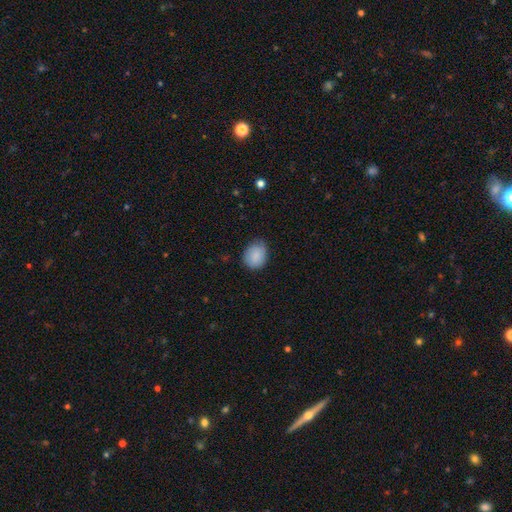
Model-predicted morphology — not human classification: Smooth or featured: smooth — 86% (featured or disk — 8%)
How rounded: round — 52% (in between — 47%)
Merging: none — 68% (minor disturbance — 27%)